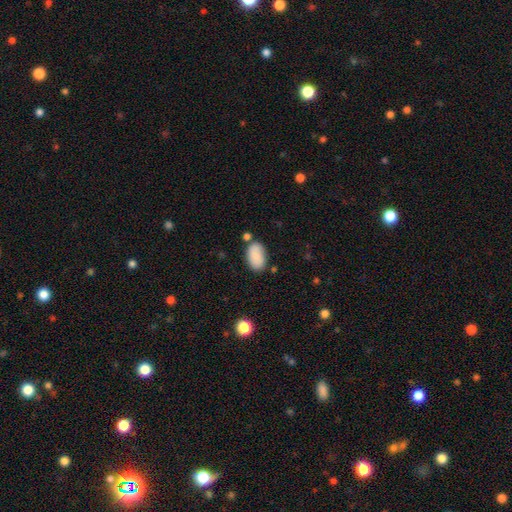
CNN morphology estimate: Smooth or featured? Predicted: smooth (p=0.84). How rounded? Predicted: in between (p=0.93). Merging? Predicted: none (p=0.70).